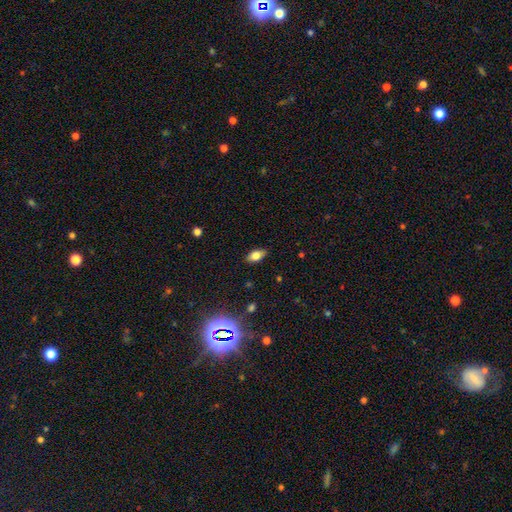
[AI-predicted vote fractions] smooth-or-featured: smooth: 75% | featured or disk: 14% | star or artifact: 11%
  how-rounded: in between: 88% | round: 6% | cigar-shaped: 6%
  merging: none: 85% | minor disturbance: 11% | major disturbance: 2% | merger: 1%